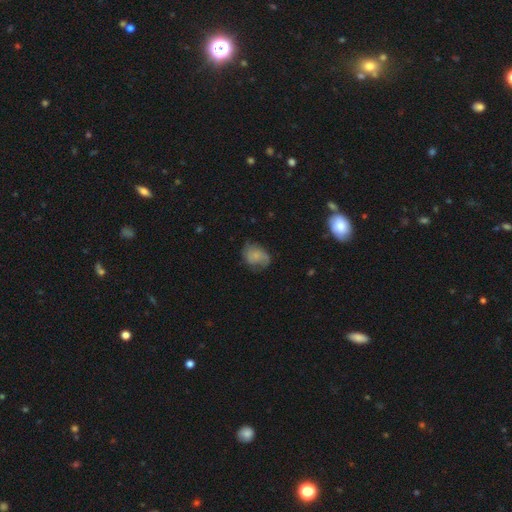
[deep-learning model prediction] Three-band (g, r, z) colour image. It shows a smooth galaxy with no disk features (60%) that is in between round and cigar-shaped (66%). Merging: none (57%).